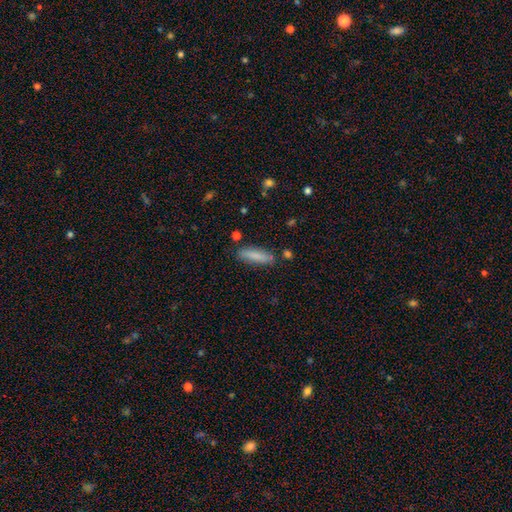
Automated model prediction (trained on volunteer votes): Smooth or featured? smooth (84%)
How rounded? cigar-shaped (61%)
Merging? none (81%)